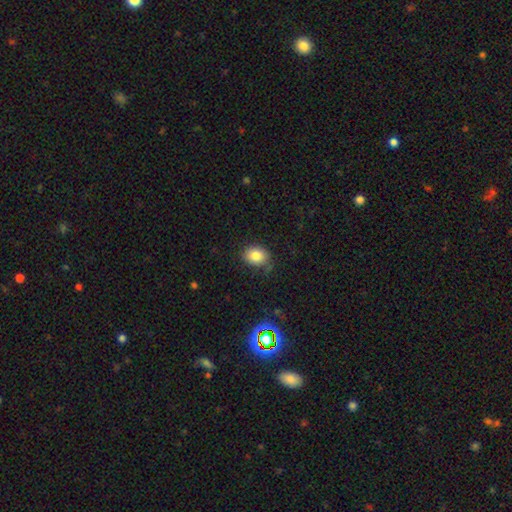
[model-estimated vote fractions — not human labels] This appears to be a smooth galaxy with no disk features (82%) that is in between round and cigar-shaped (50%). Merging: none (76%).